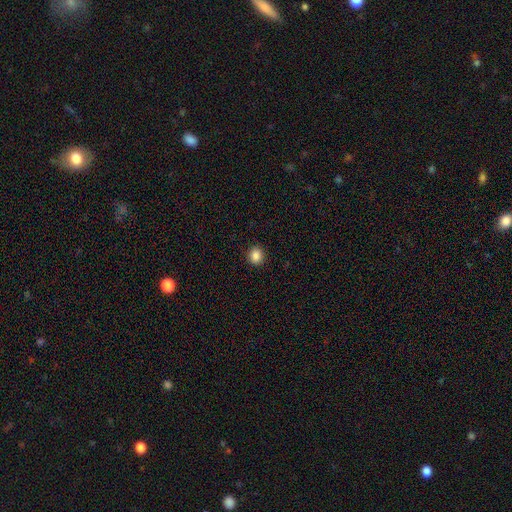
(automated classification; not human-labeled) Smooth or featured: smooth — 86% (star or artifact — 10%)
How rounded: round — 83% (in between — 16%)
Merging: none — 92% (minor disturbance — 5%)